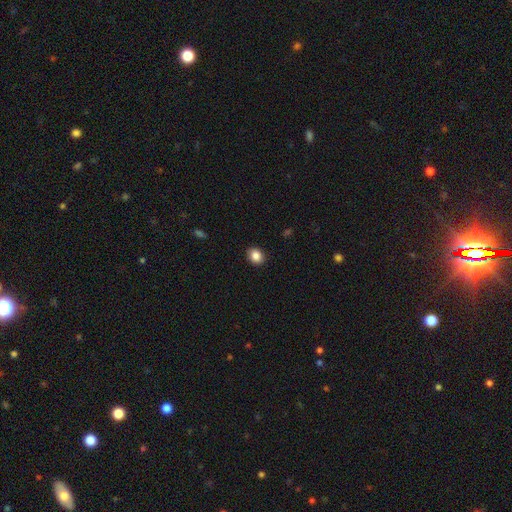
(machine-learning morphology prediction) The model was most divided on "how rounded": round: 58%, in between: 41%, cigar-shaped: 1%. More confident: merging — none (91%); smooth or featured — smooth (86%).